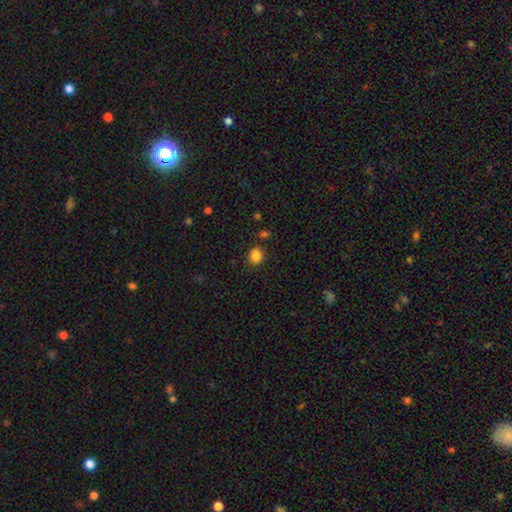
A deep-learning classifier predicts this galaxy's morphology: smooth 85%, star or artifact 11%, featured or disk 4%. Down the decision tree: how rounded — round (52%); merging — none (78%).